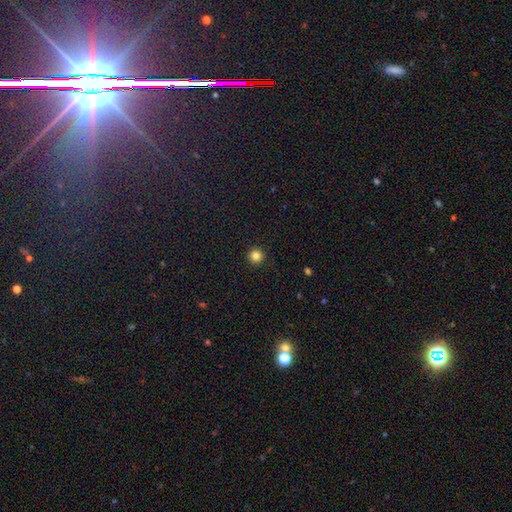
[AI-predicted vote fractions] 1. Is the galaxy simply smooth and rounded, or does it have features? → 84% smooth, 12% star or artifact, 4% featured or disk.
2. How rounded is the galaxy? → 96% round, 3% in between, 1% cigar-shaped.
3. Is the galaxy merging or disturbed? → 93% none, 5% minor disturbance, 2% major disturbance, 1% merger.